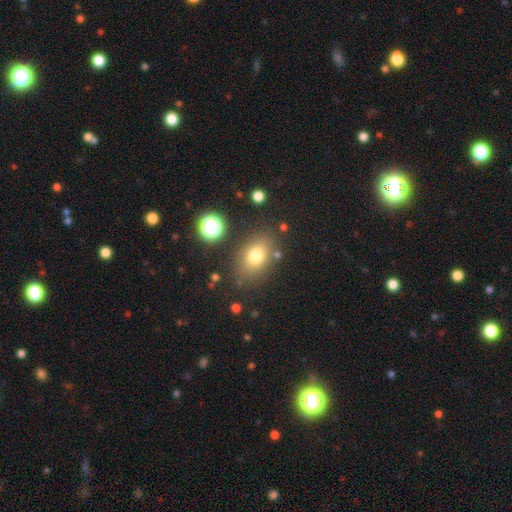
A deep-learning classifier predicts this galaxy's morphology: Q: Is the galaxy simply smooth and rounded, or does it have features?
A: smooth — 76%.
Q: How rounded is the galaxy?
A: in between — 74%.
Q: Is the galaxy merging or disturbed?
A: none — 79%.